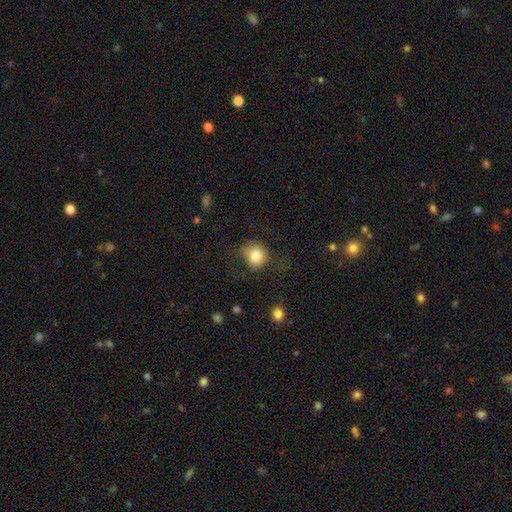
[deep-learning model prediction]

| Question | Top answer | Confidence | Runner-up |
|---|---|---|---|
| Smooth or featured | smooth | 81% | star or artifact (10%) |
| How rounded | round | 74% | in between (26%) |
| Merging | none | 61% | minor disturbance (23%) |